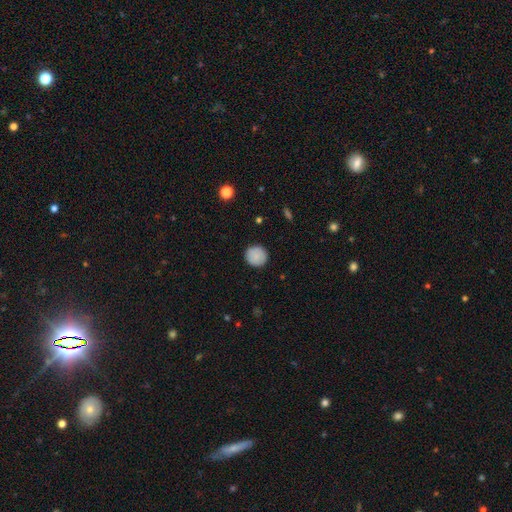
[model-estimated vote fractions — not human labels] The model was most divided on "smooth or featured": smooth: 87%, star or artifact: 7%, featured or disk: 6%. More confident: how rounded — round (93%); merging — none (90%).